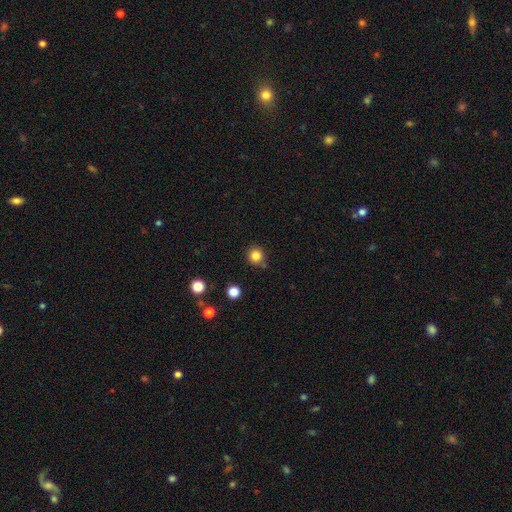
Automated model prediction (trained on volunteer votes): smooth_or_featured: smooth (p=0.83) [alt: star or artifact p=0.12]
how_rounded: round (p=0.93) [alt: in between p=0.06]
merging: none (p=0.83) [alt: minor disturbance p=0.09]